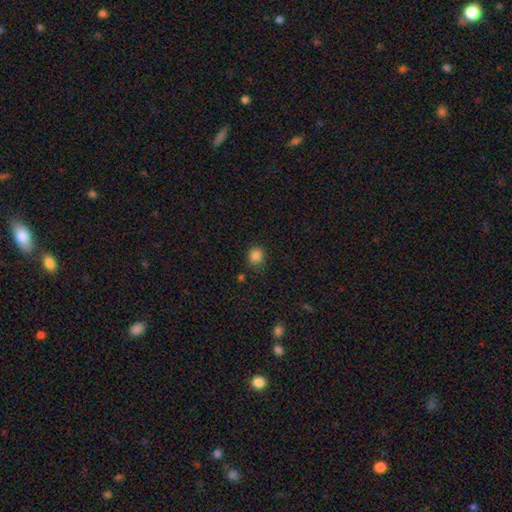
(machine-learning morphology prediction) This appears to be a smooth galaxy with no disk features (84%) that is round (78%). Merging: none (79%).